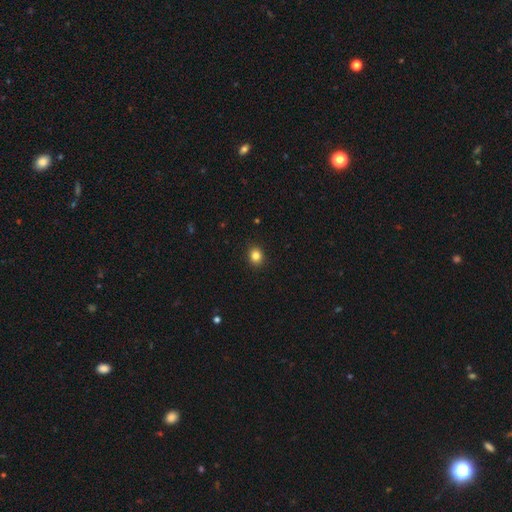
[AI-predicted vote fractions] Overall: smooth (84%). How rounded: round (70%). Merging: none (91%).